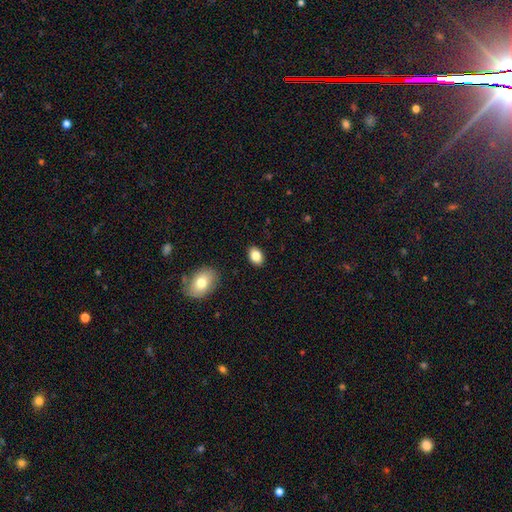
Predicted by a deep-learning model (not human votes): A smooth galaxy with no disk features (84%) that is in between round and cigar-shaped (81%).

Vote fractions:
- Smooth or featured? smooth: 84% / star or artifact: 9% / featured or disk: 7%
- How rounded? in between: 81% / round: 17% / cigar-shaped: 1%
- Merging? none: 88% / minor disturbance: 8% / major disturbance: 2% / merger: 1%